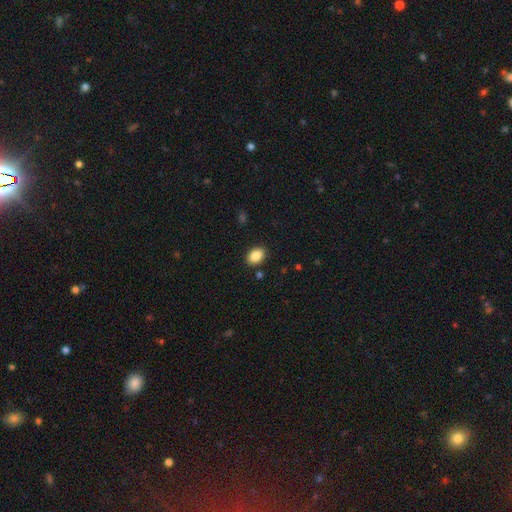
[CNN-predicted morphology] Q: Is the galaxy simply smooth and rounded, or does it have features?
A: smooth — 88%.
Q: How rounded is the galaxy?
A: in between — 82%.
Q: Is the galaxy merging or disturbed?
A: none — 88%.